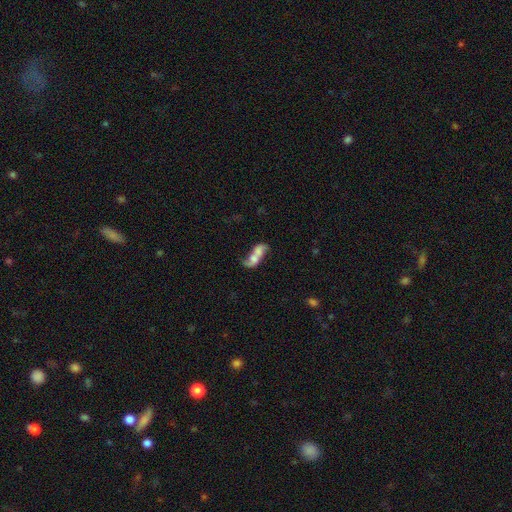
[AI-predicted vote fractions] Smooth or featured?
  - smooth: 46% *
  - featured or disk: 45%
  - star or artifact: 10%
Merging?
  - merger: 63% *
  - none: 18%
  - major disturbance: 10%
  - minor disturbance: 8%